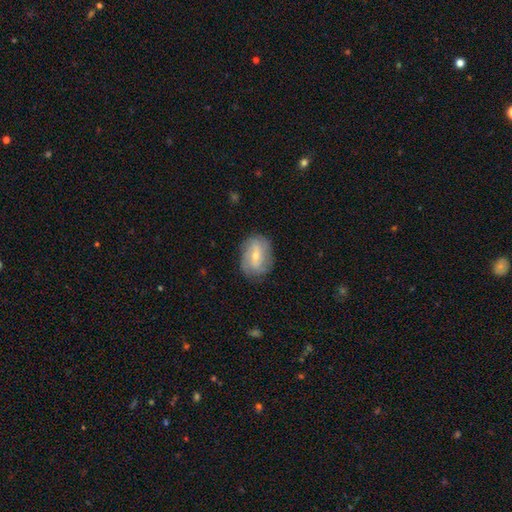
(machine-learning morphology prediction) Smooth or featured?
  - featured or disk: 59% *
  - smooth: 34%
  - star or artifact: 7%
Edge-on disk?
  - no: 95% *
  - yes: 5%
Bar?
  - weak: 47% *
  - no: 34%
  - strong: 18%
Spiral arms?
  - yes: 79% *
  - no: 21%
Bulge size?
  - small: 50% *
  - moderate: 45%
  - large: 2%
  - none: 2%
  - dominant: 1%
Merging?
  - none: 77% *
  - minor disturbance: 17%
  - major disturbance: 5%
  - merger: 1%